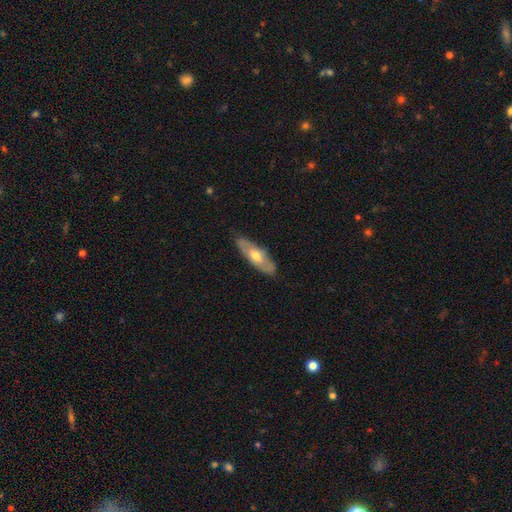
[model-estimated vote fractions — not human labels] Smooth or featured? Predicted: featured or disk (p=0.48). Merging? Predicted: none (p=0.81).